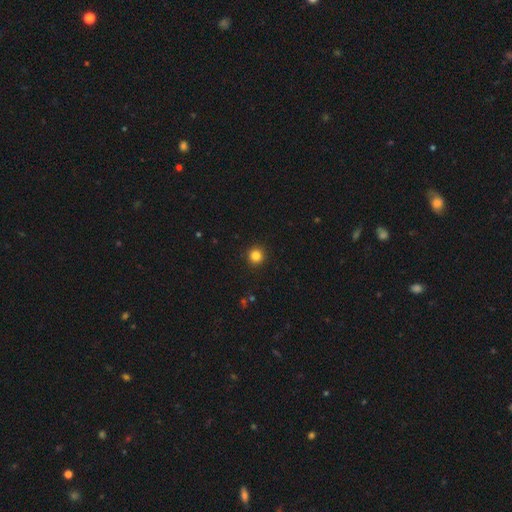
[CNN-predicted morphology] A smooth galaxy with no disk features (84%) that is round (95%).

Vote fractions:
- Smooth or featured? smooth: 84% / star or artifact: 12% / featured or disk: 4%
- How rounded? round: 95% / in between: 4% / cigar-shaped: 1%
- Merging? none: 93% / minor disturbance: 5% / major disturbance: 2% / merger: 1%